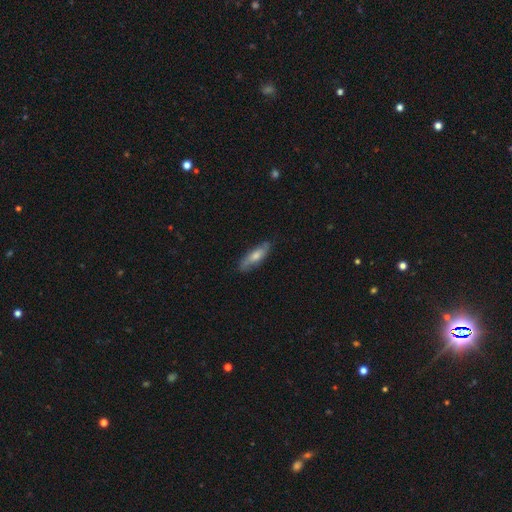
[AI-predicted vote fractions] Morphology: type=smooth (64%); roundness=cigar-shaped (52%); merging=none (78%).